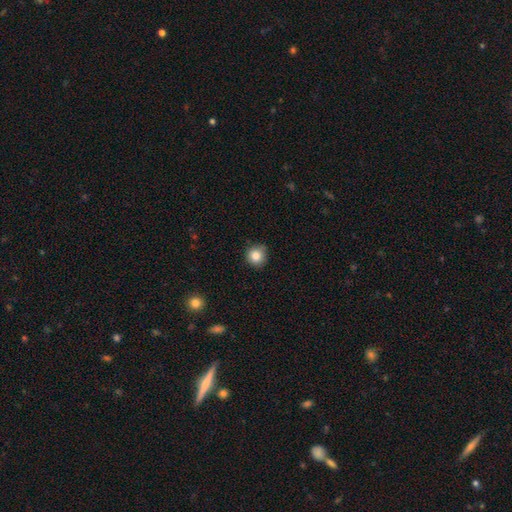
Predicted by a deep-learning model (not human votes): A smooth galaxy with no disk features (84%) that is round (93%). Merging: none (86%).